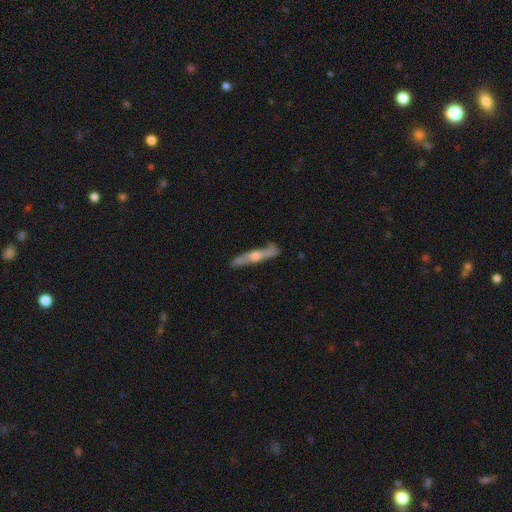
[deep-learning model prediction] This is likely a featured or disk galaxy (69%). It is clearly viewed edge-on (90%). Edge-on bulge: clearly rounded (87%). Merging: clearly none (82%).